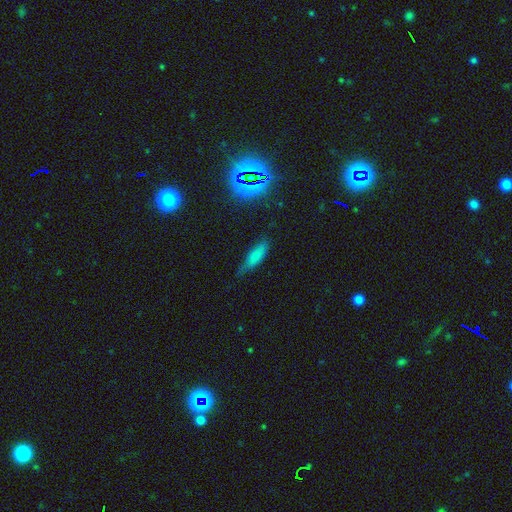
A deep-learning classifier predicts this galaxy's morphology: Overall: smooth (73%). How rounded: cigar-shaped (54%; in between 44%). Merging: none (63%; minor disturbance 29%).